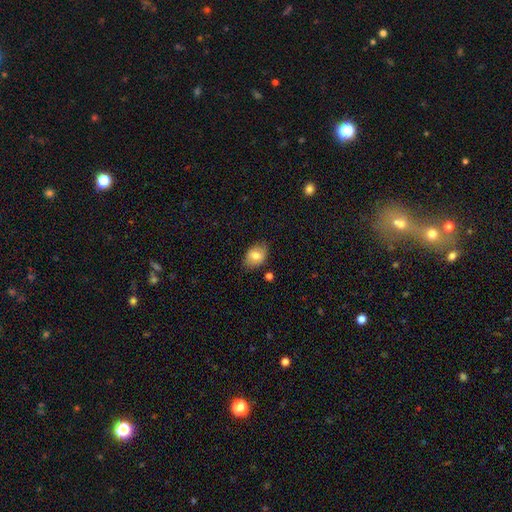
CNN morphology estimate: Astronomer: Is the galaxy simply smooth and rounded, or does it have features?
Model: smooth — 75%.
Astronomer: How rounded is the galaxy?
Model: in between — 75%.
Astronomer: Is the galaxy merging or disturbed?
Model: none — 76%.